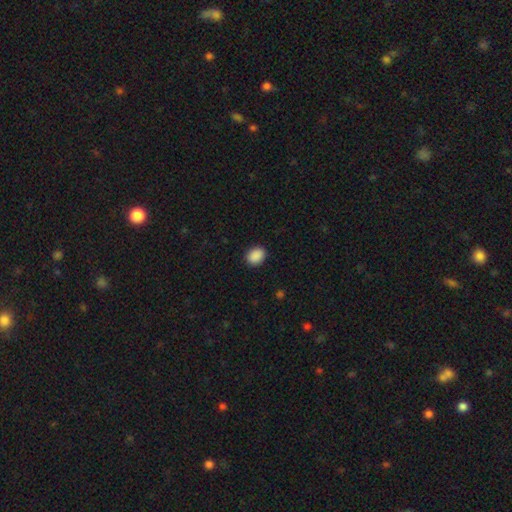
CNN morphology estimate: smooth 90%, star or artifact 8%, featured or disk 2%. Down the decision tree: how rounded — in between (56%); merging — none (89%).